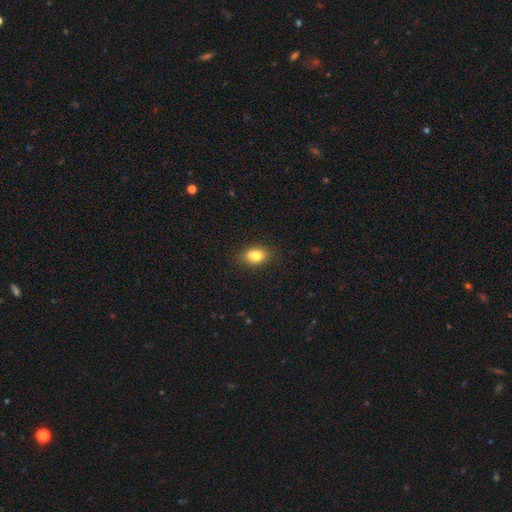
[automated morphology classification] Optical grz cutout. It shows a smooth galaxy with no disk features (80%) that is in between round and cigar-shaped (69%). Merging: none (80%).